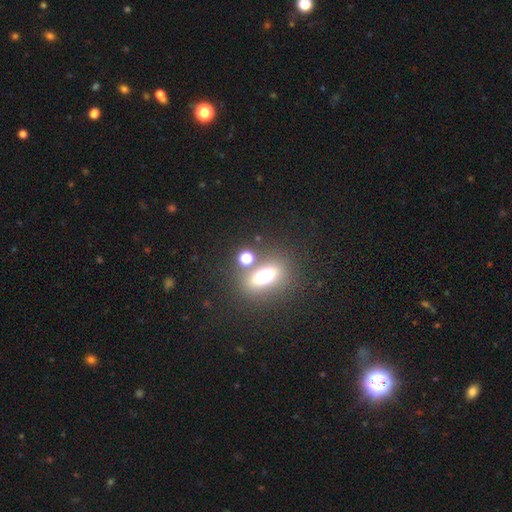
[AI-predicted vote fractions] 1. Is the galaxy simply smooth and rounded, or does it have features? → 41% smooth, 40% star or artifact, 19% featured or disk.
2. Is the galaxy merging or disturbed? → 73% none, 13% merger, 9% minor disturbance, 5% major disturbance.